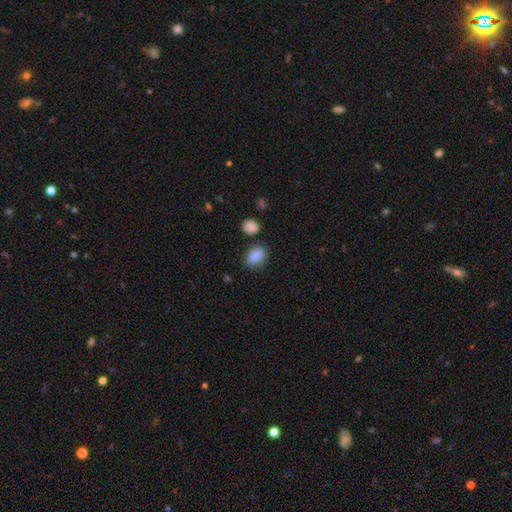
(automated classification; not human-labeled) Morphology: type=smooth (88%); roundness=in between (80%); merging=none (74%).